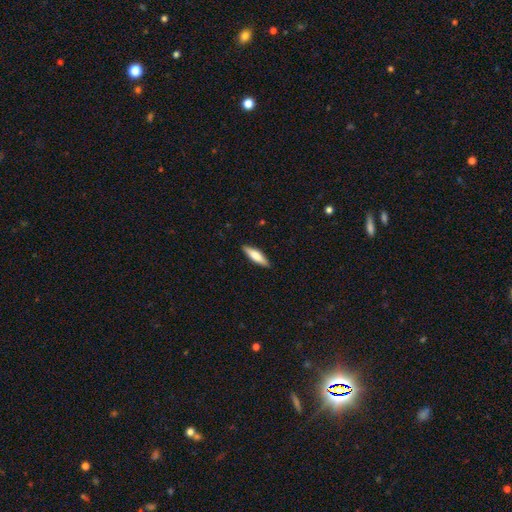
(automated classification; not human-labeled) smooth-or-featured: smooth: 69% | featured or disk: 26% | star or artifact: 5%
  how-rounded: cigar-shaped: 64% | in between: 34% | round: 2%
  merging: none: 89% | minor disturbance: 8% | major disturbance: 2% | merger: 1%